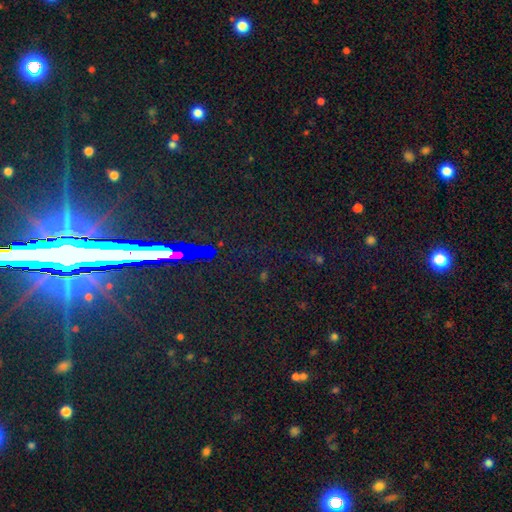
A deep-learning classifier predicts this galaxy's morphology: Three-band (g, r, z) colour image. It shows a star or artifact, not a galaxy (69%).